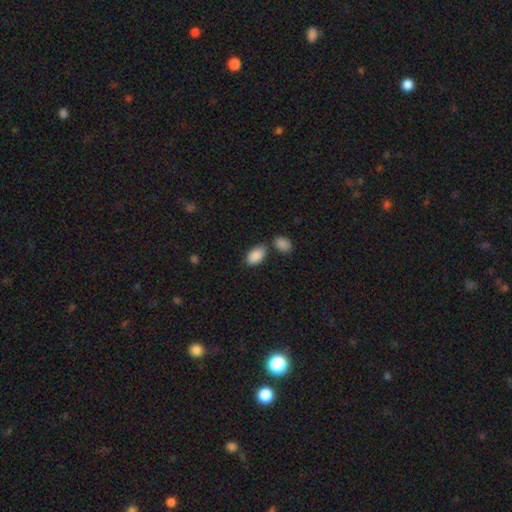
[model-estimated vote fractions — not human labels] Q: Smooth or featured?
A: smooth (89%); runner-up: star or artifact (7%)
Q: How rounded?
A: in between (94%); runner-up: round (5%)
Q: Merging?
A: none (65%); runner-up: merger (17%)